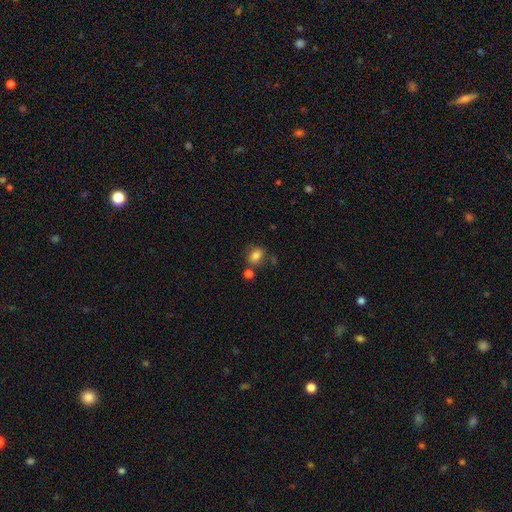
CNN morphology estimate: Overall: smooth (82%). How rounded: in between (54%; round 45%). Merging: none (67%).